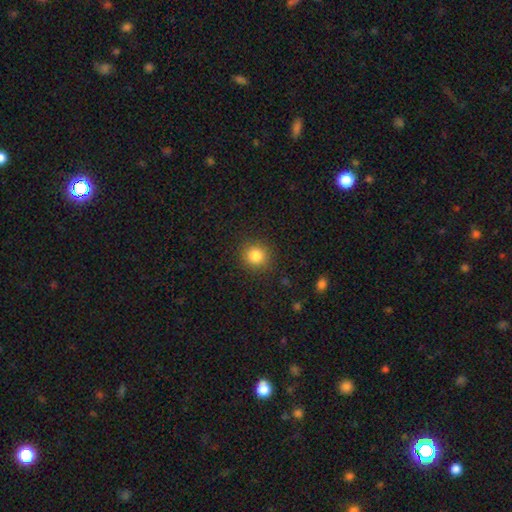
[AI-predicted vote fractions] Smooth or featured? Predicted: smooth (p=0.84). How rounded? Predicted: round (p=0.89). Merging? Predicted: none (p=0.89).